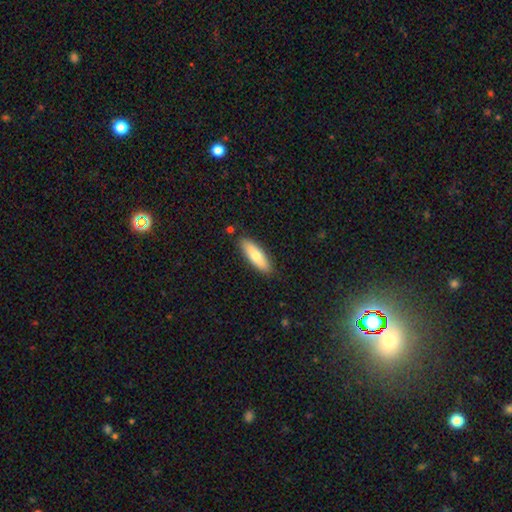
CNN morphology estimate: Smooth or featured: smooth — 73% (featured or disk — 22%)
How rounded: cigar-shaped — 49% (tied with in between — 49%)
Merging: none — 87% (minor disturbance — 10%)